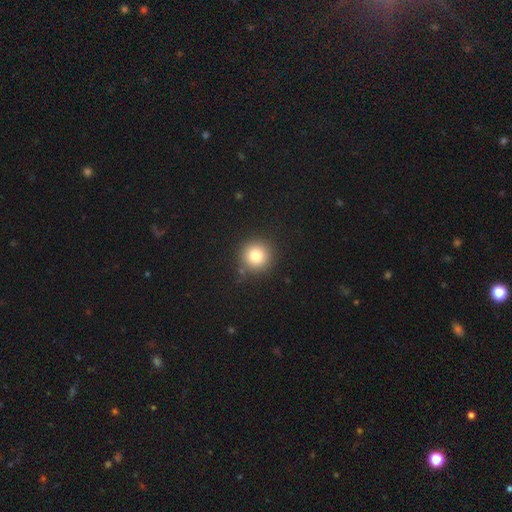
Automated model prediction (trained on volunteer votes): smooth_or_featured: smooth (p=0.79) [alt: star or artifact p=0.12]
how_rounded: round (p=0.95) [alt: in between p=0.04]
merging: none (p=0.88) [alt: minor disturbance p=0.07]